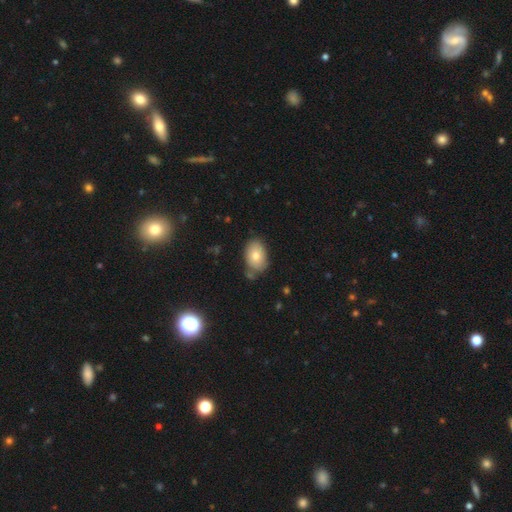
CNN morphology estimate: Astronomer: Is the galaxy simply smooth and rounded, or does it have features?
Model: smooth — 78%.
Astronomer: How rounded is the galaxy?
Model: in between — 85%.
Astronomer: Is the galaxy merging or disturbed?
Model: none — 71%.